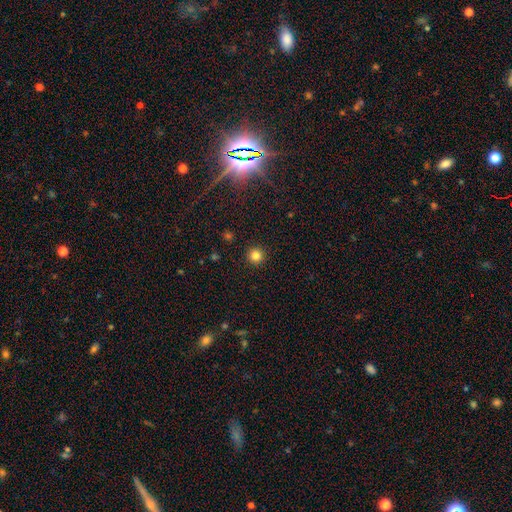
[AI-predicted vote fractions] A smooth galaxy with no disk features (83%) that is round (96%). Merging: none (93%).